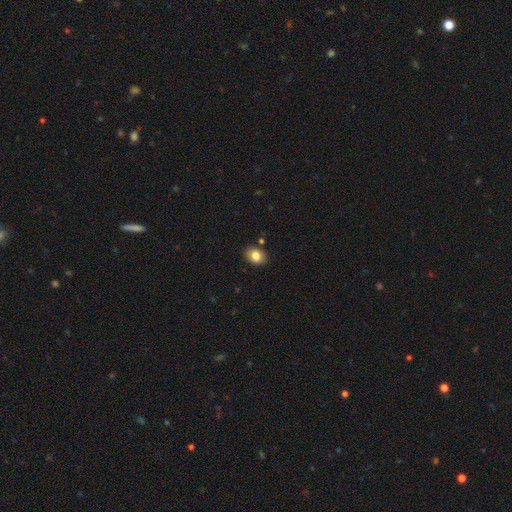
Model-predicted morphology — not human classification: Smooth or featured?
  - smooth: 83% *
  - star or artifact: 9%
  - featured or disk: 8%
How rounded?
  - in between: 58% *
  - round: 41%
  - cigar-shaped: 1%
Merging?
  - none: 84% *
  - minor disturbance: 10%
  - merger: 4%
  - major disturbance: 2%